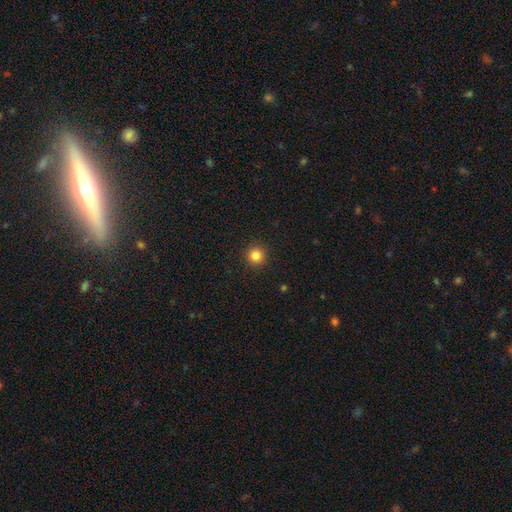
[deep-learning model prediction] Smooth or featured? Predicted: smooth (p=0.85). How rounded? Predicted: round (p=0.95). Merging? Predicted: none (p=0.92).